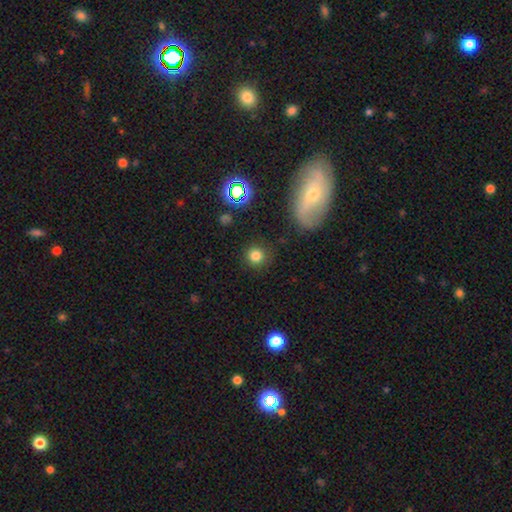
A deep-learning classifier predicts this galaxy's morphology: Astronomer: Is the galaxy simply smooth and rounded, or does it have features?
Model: smooth — 78%.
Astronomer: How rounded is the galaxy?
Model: round — 93%.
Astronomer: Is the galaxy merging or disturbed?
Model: none — 87%.